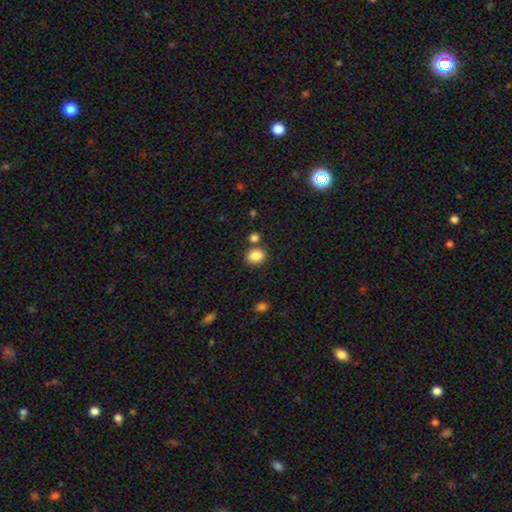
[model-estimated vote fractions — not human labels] This is clearly a smooth galaxy (86%). How rounded: possibly round (54%). Merging: likely none (72%).